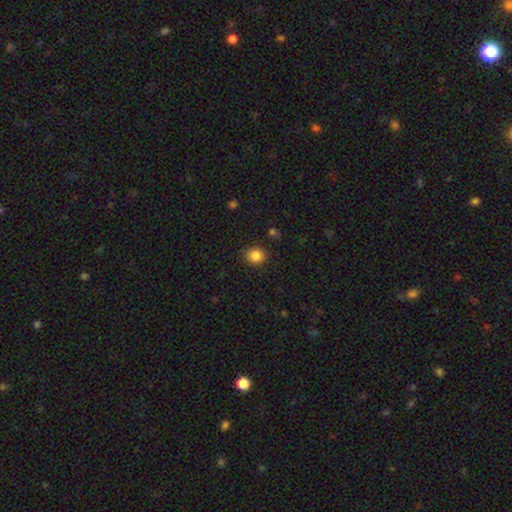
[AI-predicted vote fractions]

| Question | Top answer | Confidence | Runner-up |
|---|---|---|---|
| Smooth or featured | smooth | 86% | star or artifact (11%) |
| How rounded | round | 84% | in between (15%) |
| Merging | none | 88% | minor disturbance (8%) |